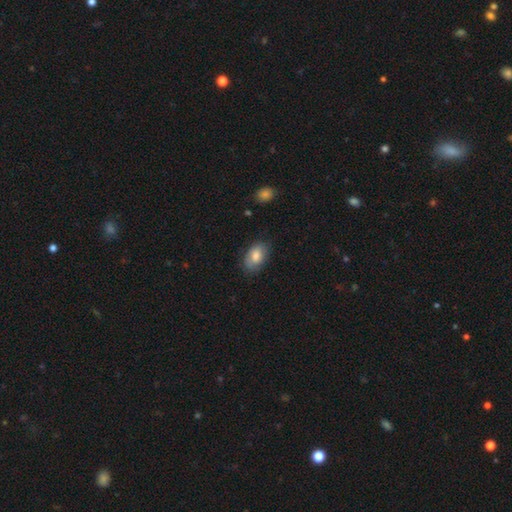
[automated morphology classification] This is likely a smooth galaxy (74%). How rounded: clearly in between (90%). Merging: likely none (74%).